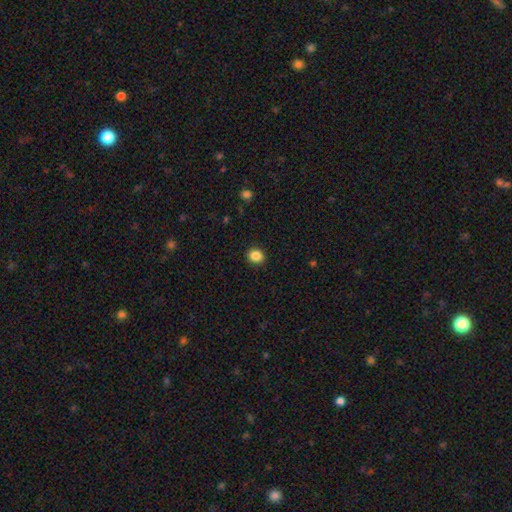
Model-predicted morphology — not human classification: This appears to be a smooth galaxy with no disk features (86%) that is round (74%). Merging: none (91%).